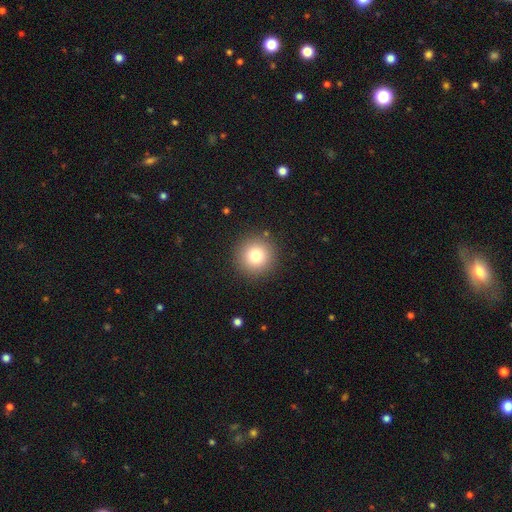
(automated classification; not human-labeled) The model was most divided on "smooth or featured": smooth: 80%, star or artifact: 12%, featured or disk: 9%. More confident: how rounded — round (95%); merging — none (90%).